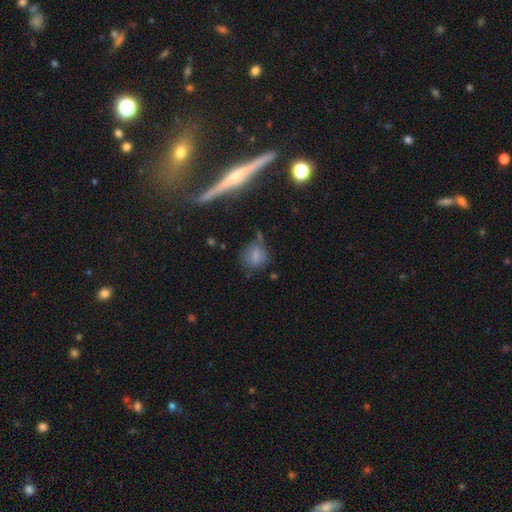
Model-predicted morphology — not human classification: Overall: smooth (75%). How rounded: round (73%). Merging: none (59%; minor disturbance 24%).